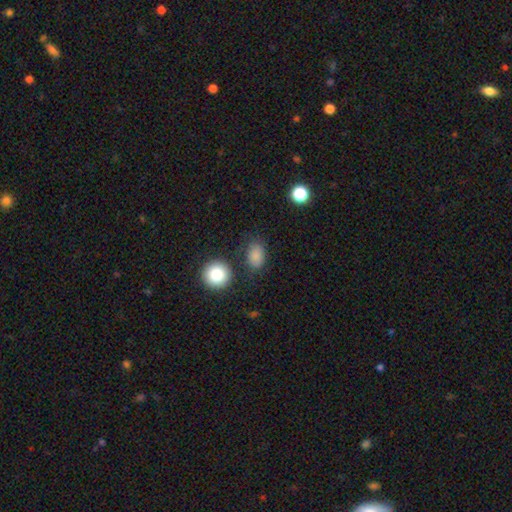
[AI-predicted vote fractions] Smooth or featured? Predicted: smooth (p=0.85). How rounded? Predicted: in between (p=0.73). Merging? Predicted: none (p=0.70).